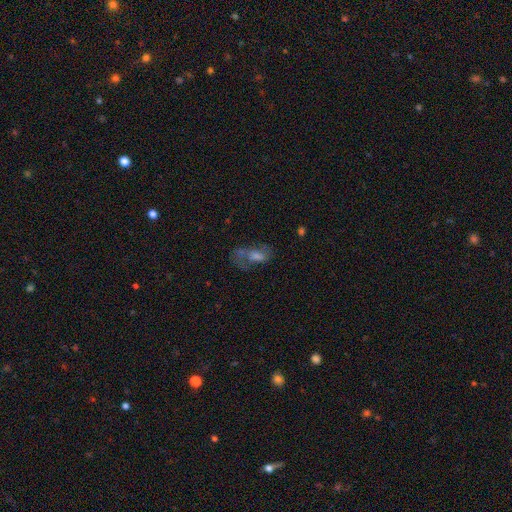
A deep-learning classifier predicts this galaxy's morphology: Smooth or featured? Predicted: featured or disk (p=0.48). Merging? Predicted: none (p=0.41).